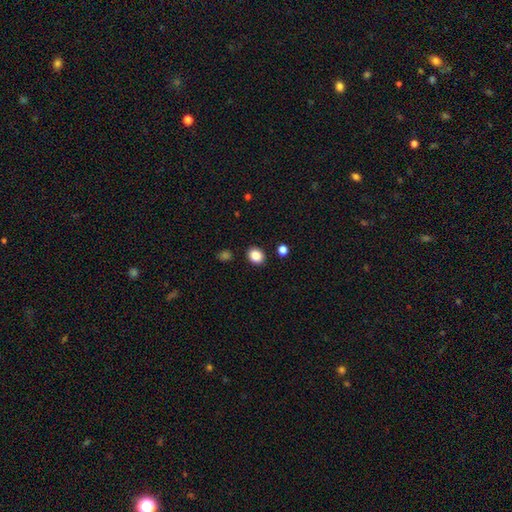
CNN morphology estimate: Smooth or featured? smooth (87%)
How rounded? round (62%)
Merging? none (89%)